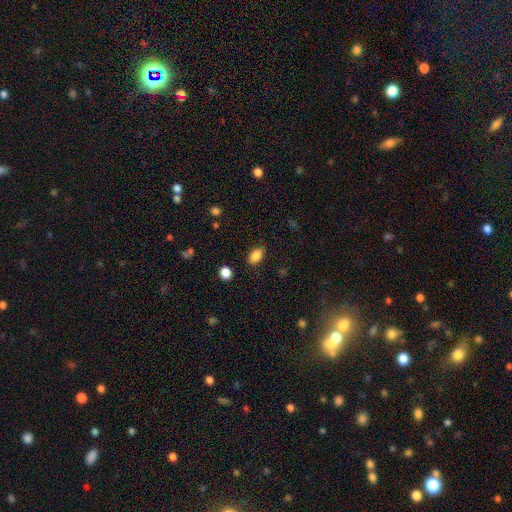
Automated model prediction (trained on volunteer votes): A smooth galaxy with no disk features (86%) that is in between round and cigar-shaped (89%). Merging: none (83%).